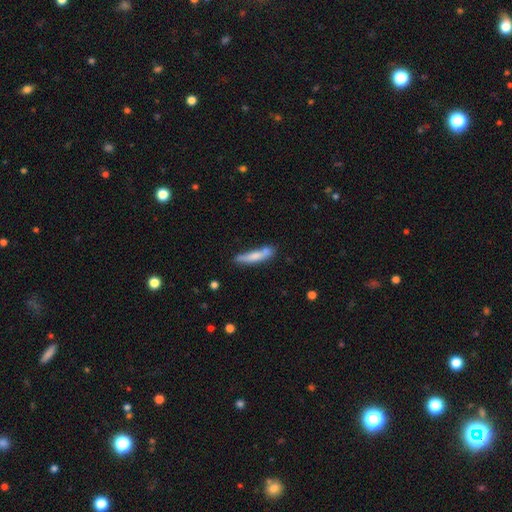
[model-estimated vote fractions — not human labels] A smooth galaxy with no disk features (67%) that is cigar-shaped (86%). Merging: none (58%).